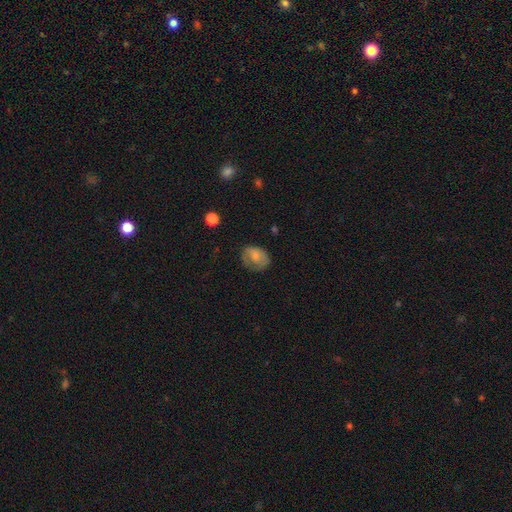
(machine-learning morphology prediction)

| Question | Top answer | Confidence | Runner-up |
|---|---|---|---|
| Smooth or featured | smooth | 71% | featured or disk (21%) |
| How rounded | in between | 58% | round (41%) |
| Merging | none | 59% | minor disturbance (27%) |